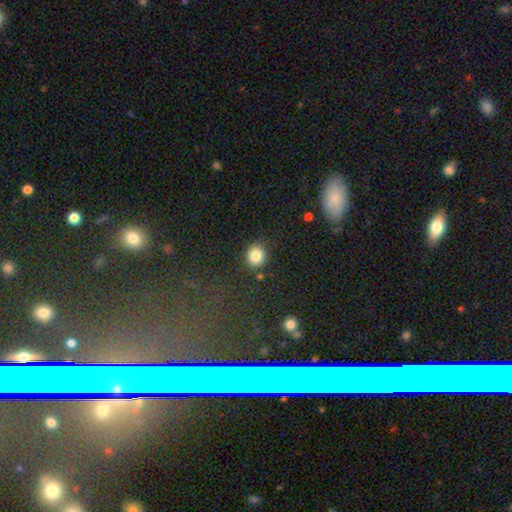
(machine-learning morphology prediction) Q: Smooth or featured?
A: smooth (84%); runner-up: star or artifact (10%)
Q: How rounded?
A: round (78%); runner-up: in between (21%)
Q: Merging?
A: none (85%); runner-up: minor disturbance (9%)